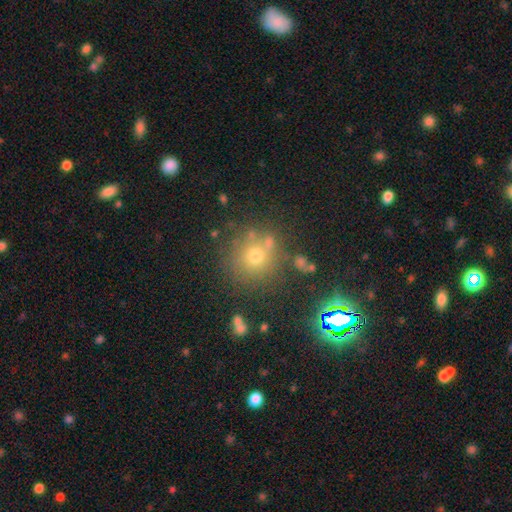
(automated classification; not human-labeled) Q: Smooth or featured?
A: smooth (63%); runner-up: star or artifact (24%)
Q: How rounded?
A: round (91%); runner-up: in between (8%)
Q: Merging?
A: none (73%); runner-up: minor disturbance (12%)